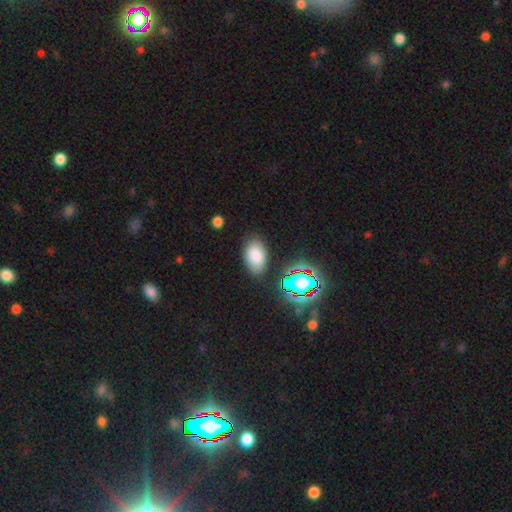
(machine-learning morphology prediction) Q: Smooth or featured?
A: smooth (80%); runner-up: star or artifact (13%)
Q: How rounded?
A: in between (92%); runner-up: round (6%)
Q: Merging?
A: none (82%); runner-up: minor disturbance (12%)